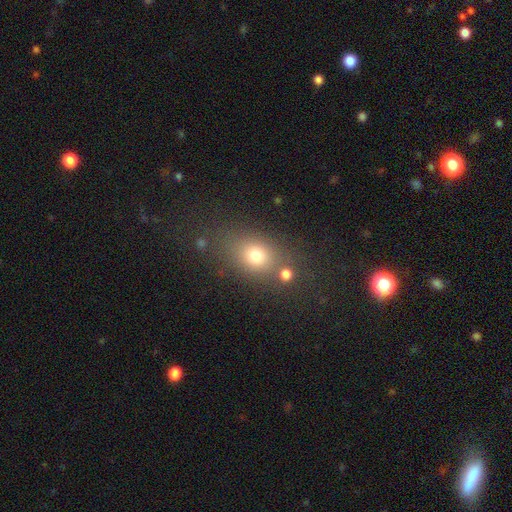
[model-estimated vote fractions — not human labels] Smooth or featured: smooth — 73% (star or artifact — 15%)
How rounded: in between — 54% (round — 44%)
Merging: none — 68% (merger — 13%)